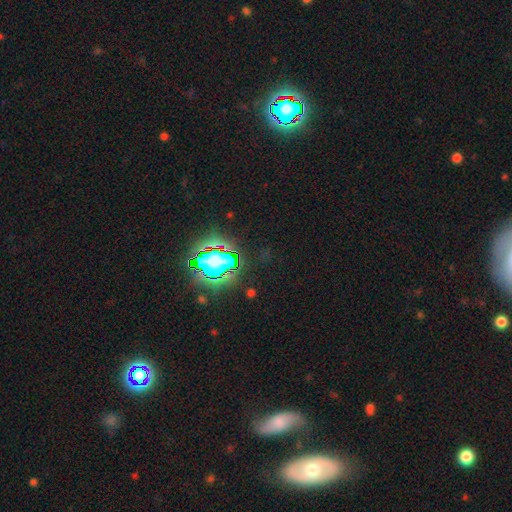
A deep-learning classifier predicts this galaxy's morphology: smooth-or-featured: star or artifact: 78% | smooth: 13% | featured or disk: 9%